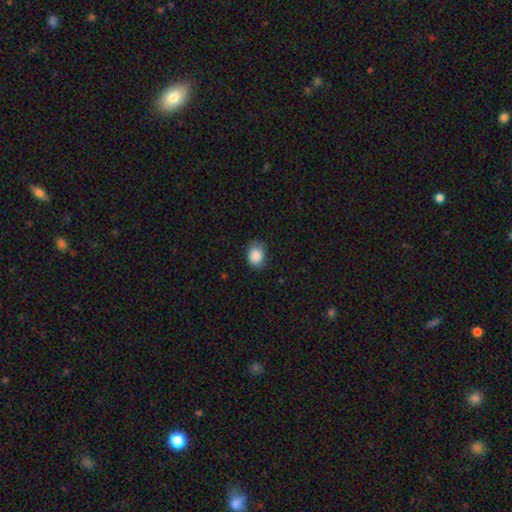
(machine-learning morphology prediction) Q: Smooth or featured?
A: smooth (88%); runner-up: star or artifact (8%)
Q: How rounded?
A: in between (64%); runner-up: round (36%)
Q: Merging?
A: none (72%); runner-up: minor disturbance (22%)